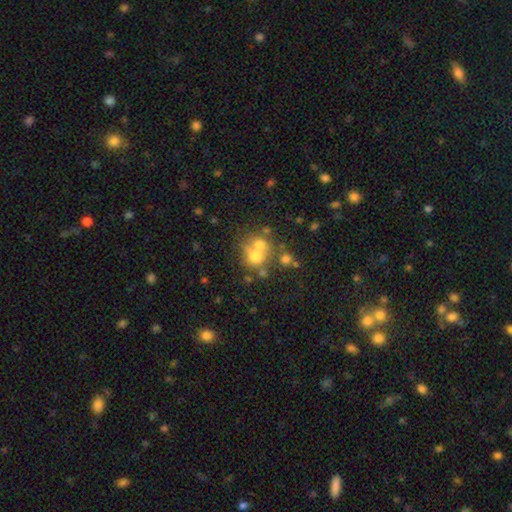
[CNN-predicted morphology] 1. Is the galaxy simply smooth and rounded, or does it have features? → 62% smooth, 22% featured or disk, 16% star or artifact.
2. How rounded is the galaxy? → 76% round, 23% in between, 1% cigar-shaped.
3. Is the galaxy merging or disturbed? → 49% merger, 36% none, 9% minor disturbance, 6% major disturbance.